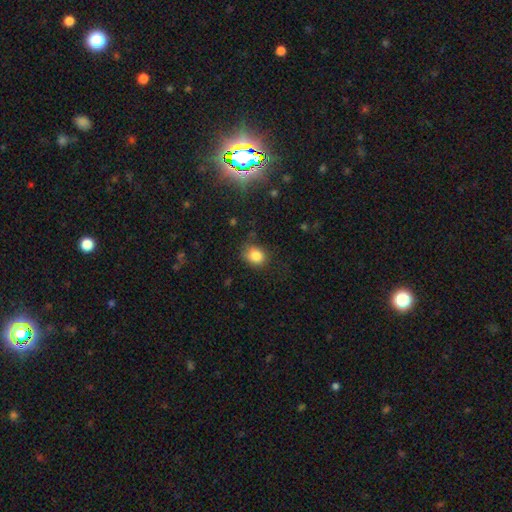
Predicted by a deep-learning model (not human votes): Morphology: type=smooth (84%); roundness=round (57%); merging=none (69%).